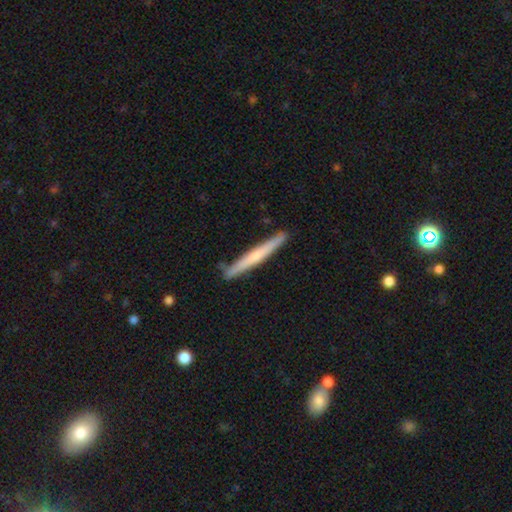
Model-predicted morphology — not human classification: smooth_or_featured: smooth (p=0.49) [alt: featured or disk p=0.46]
merging: none (p=0.87) [alt: minor disturbance p=0.09]